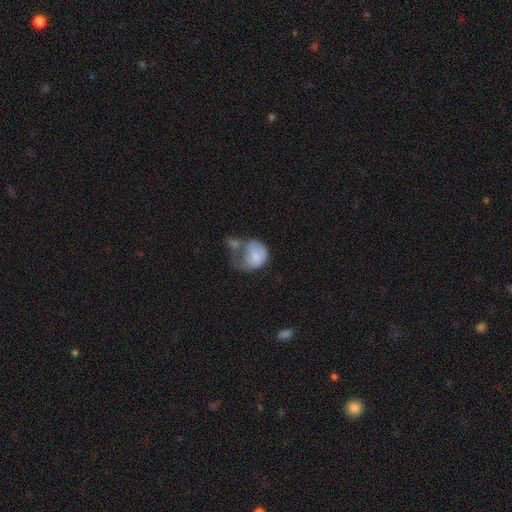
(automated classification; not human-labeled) Morphology: type=smooth (69%); roundness=round (53%); merging=merger (36%).